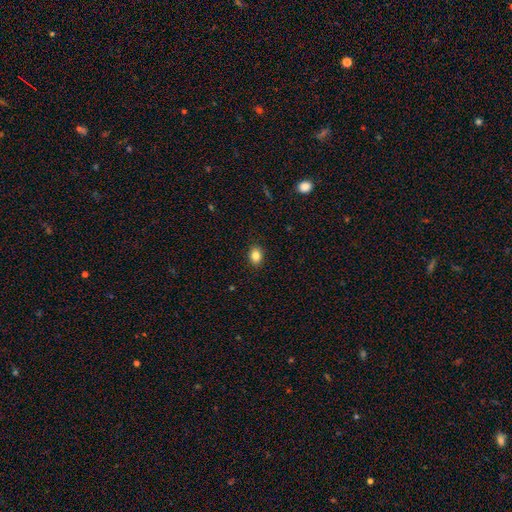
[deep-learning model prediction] Smooth or featured?
  - smooth: 84% *
  - star or artifact: 10%
  - featured or disk: 6%
How rounded?
  - in between: 61% *
  - round: 38%
  - cigar-shaped: 1%
Merging?
  - none: 90% *
  - minor disturbance: 7%
  - major disturbance: 2%
  - merger: 1%